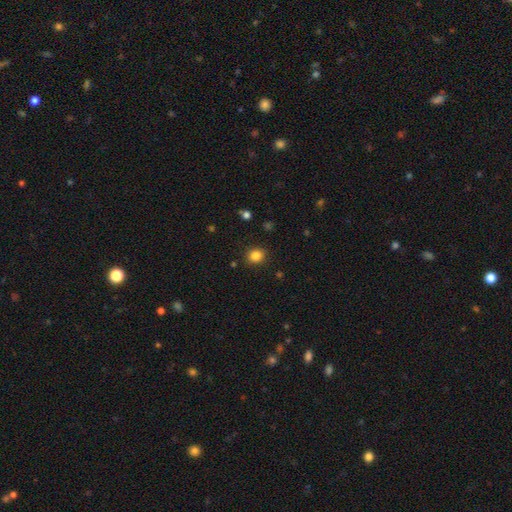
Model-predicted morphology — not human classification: A smooth galaxy with no disk features (84%) that is round (74%).

Vote fractions:
- Smooth or featured? smooth: 84% / star or artifact: 12% / featured or disk: 4%
- How rounded? round: 74% / in between: 25% / cigar-shaped: 1%
- Merging? none: 89% / minor disturbance: 8% / major disturbance: 2% / merger: 1%